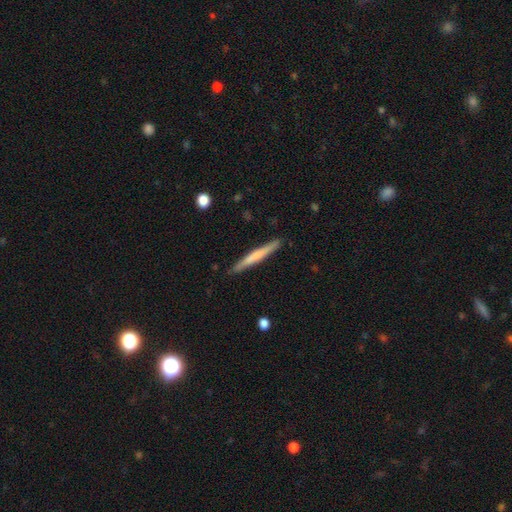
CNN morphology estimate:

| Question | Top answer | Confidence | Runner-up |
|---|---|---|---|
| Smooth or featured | smooth | 56% | featured or disk (39%) |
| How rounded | cigar-shaped | 96% | in between (2%) |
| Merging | none | 89% | minor disturbance (8%) |